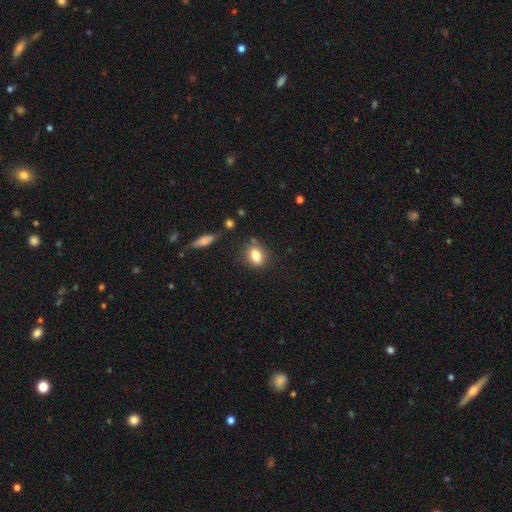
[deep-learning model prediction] Morphology: type=smooth (80%); roundness=in between (70%); merging=none (75%).